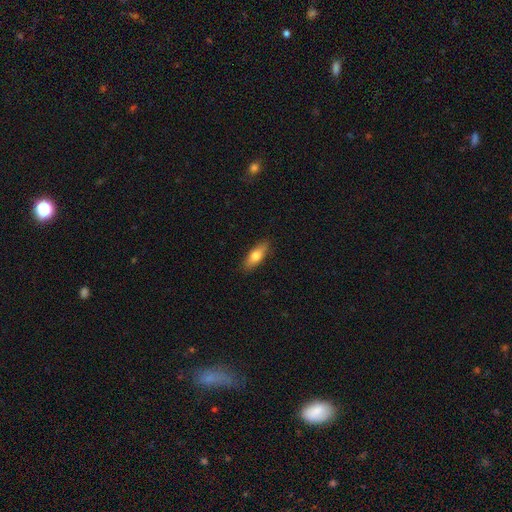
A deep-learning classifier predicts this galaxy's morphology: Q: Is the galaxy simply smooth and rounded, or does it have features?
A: smooth — 72%.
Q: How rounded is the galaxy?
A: in between — 65%.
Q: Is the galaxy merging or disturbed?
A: none — 87%.